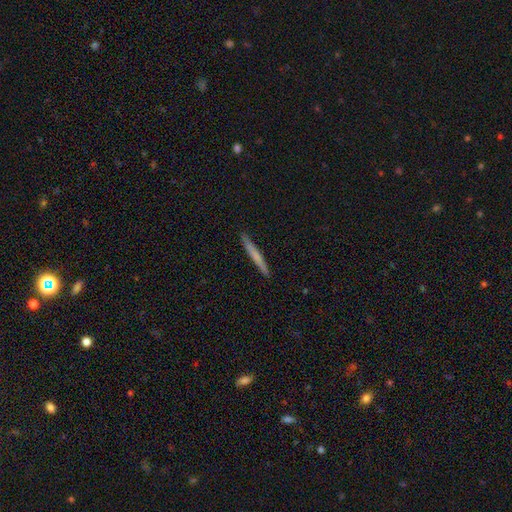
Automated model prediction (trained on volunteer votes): Smooth or featured?
  - smooth: 63% *
  - featured or disk: 31%
  - star or artifact: 6%
How rounded?
  - cigar-shaped: 97% *
  - in between: 2%
  - round: 1%
Merging?
  - none: 92% *
  - minor disturbance: 6%
  - major disturbance: 1%
  - merger: 1%